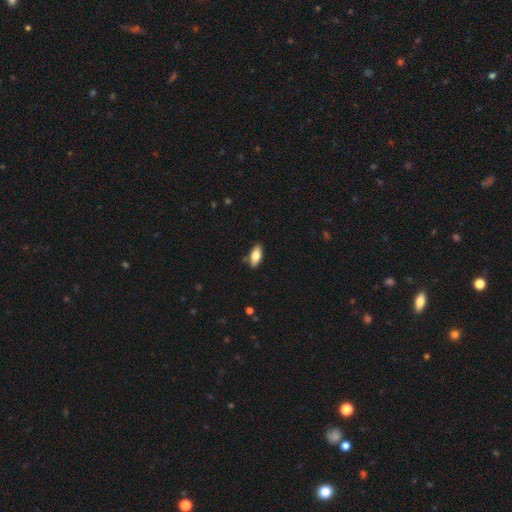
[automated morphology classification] A smooth galaxy with no disk features (78%) that is in between round and cigar-shaped (88%). Merging: none (84%).